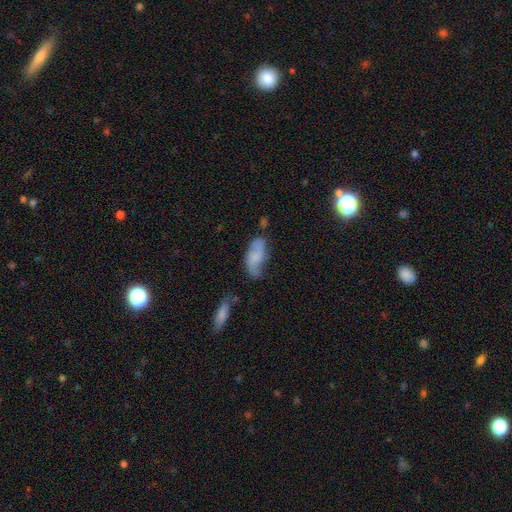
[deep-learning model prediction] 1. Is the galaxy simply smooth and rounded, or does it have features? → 53% smooth, 37% featured or disk, 9% star or artifact.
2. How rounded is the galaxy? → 86% in between, 10% cigar-shaped, 4% round.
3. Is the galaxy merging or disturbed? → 50% none, 31% minor disturbance, 13% major disturbance, 6% merger.